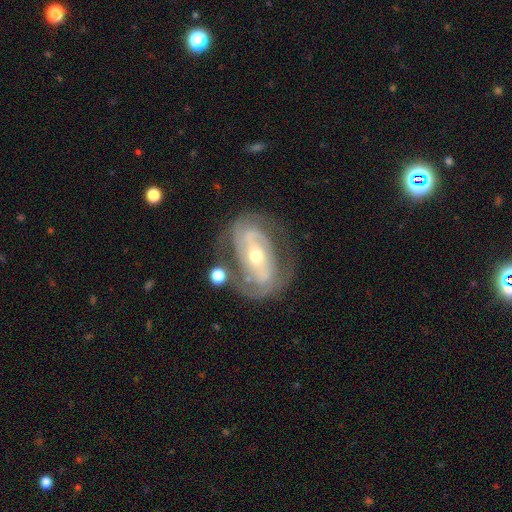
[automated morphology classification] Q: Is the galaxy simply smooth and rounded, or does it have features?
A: featured or disk — 81%.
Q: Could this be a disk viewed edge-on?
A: no — 94%.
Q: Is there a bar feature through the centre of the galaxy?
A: strong — 42%.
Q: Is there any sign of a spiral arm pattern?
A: yes — 78%.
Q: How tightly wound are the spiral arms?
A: tight — 48%.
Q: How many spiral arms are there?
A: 2 — 63%.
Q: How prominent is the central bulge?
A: moderate — 53%.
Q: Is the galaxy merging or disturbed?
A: none — 60%.